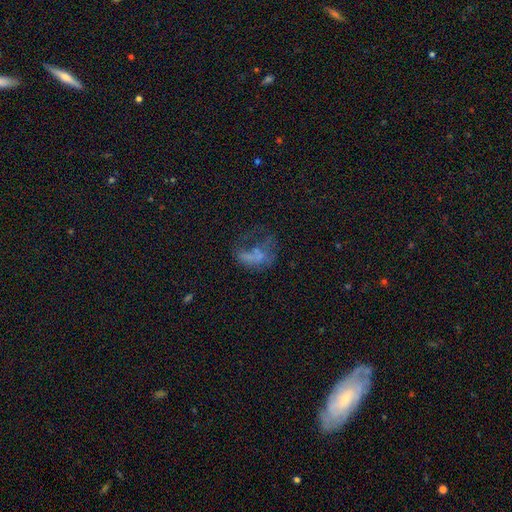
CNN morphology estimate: A featured or disk galaxy (41%). Merging: major disturbance (50%).